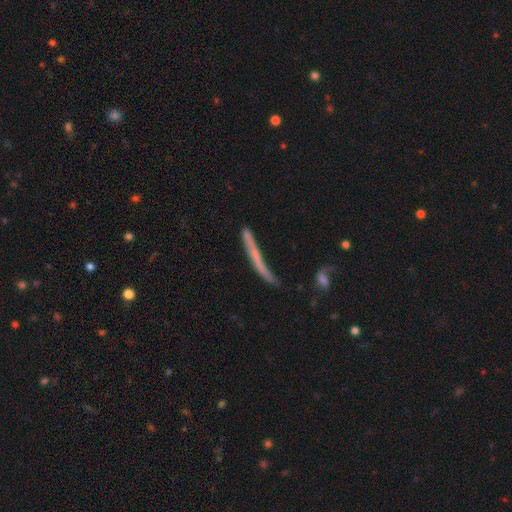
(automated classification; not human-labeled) The model was most divided on "smooth or featured": smooth: 49%, featured or disk: 41%, star or artifact: 10%. More confident: merging — none (57%).